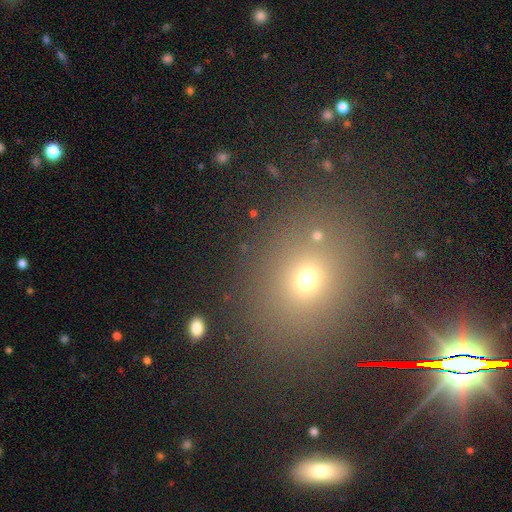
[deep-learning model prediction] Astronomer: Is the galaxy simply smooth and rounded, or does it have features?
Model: smooth — 49% (runner-up: star or artifact, 40%).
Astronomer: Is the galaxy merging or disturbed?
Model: none — 83%.